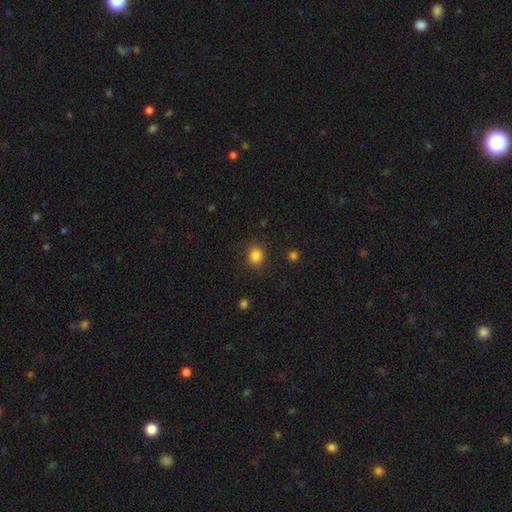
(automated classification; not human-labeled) Smooth or featured: smooth — 85% (star or artifact — 11%)
How rounded: round — 80% (in between — 19%)
Merging: none — 87% (minor disturbance — 8%)